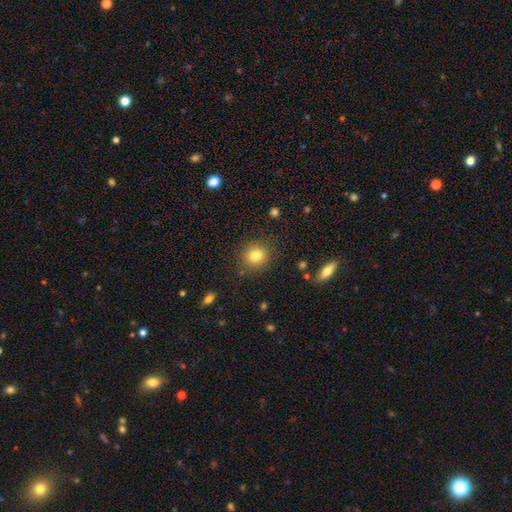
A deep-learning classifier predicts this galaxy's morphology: smooth 81%, star or artifact 11%, featured or disk 7%. Down the decision tree: how rounded — round (86%); merging — none (86%).